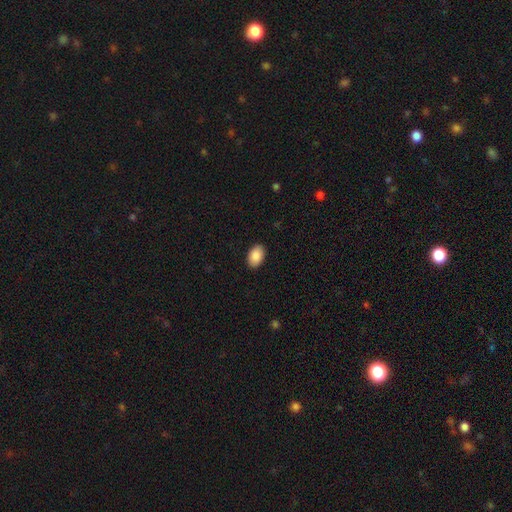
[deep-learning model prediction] This is clearly a smooth galaxy (89%). How rounded: clearly in between (91%). Merging: clearly none (90%).